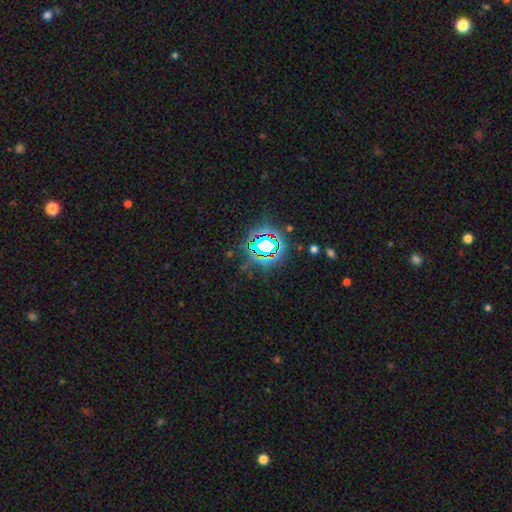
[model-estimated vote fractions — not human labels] Q: Smooth or featured?
A: star or artifact (80%); runner-up: smooth (12%)